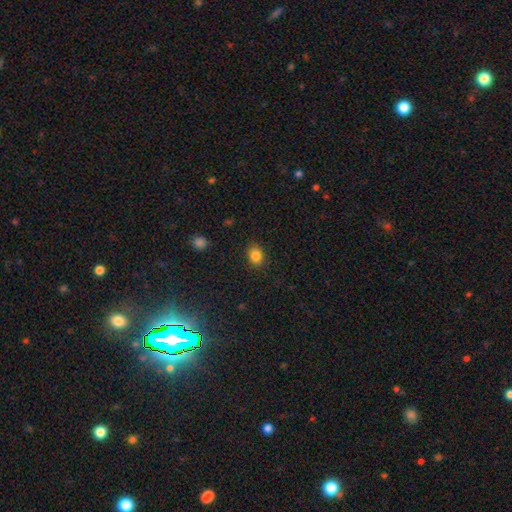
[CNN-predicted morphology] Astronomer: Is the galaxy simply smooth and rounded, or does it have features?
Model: smooth — 85%.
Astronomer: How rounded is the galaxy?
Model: in between — 52% (runner-up: round, 47%).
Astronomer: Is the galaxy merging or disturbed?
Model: none — 86%.